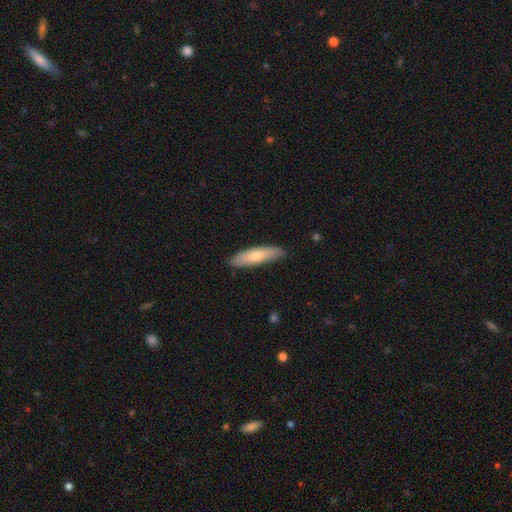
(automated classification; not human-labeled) Smooth or featured?
  - smooth: 71% *
  - featured or disk: 24%
  - star or artifact: 5%
How rounded?
  - cigar-shaped: 67% *
  - in between: 32%
  - round: 2%
Merging?
  - none: 85% *
  - minor disturbance: 12%
  - major disturbance: 2%
  - merger: 1%